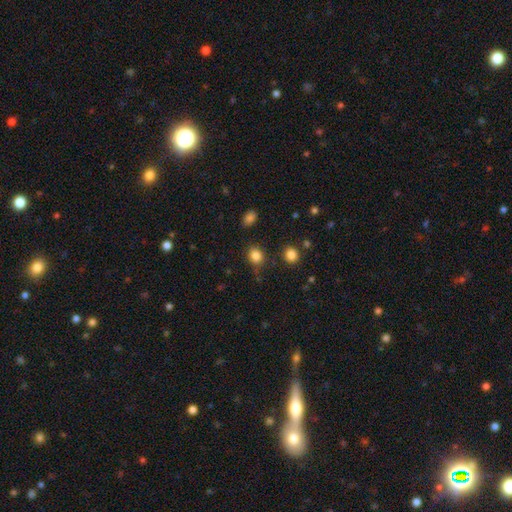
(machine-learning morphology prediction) This is clearly a smooth galaxy (84%). How rounded: likely round (67%). Merging: likely none (77%).